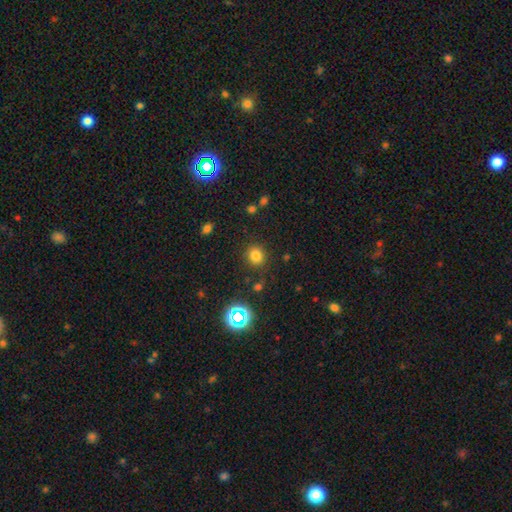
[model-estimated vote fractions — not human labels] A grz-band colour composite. It shows a smooth galaxy with no disk features (76%) that is round (82%). Merging: none (84%).